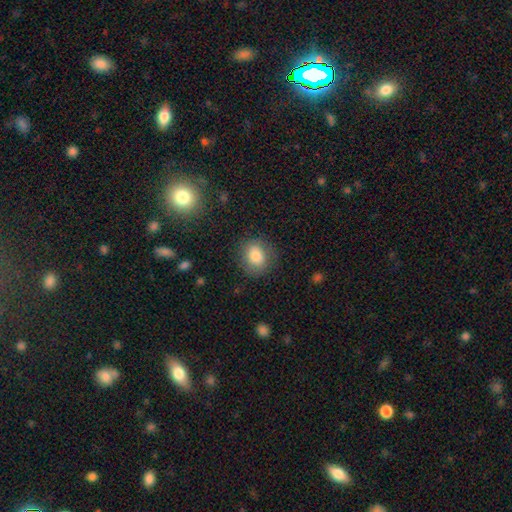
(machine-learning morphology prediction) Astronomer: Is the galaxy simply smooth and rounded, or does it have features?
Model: smooth — 81%.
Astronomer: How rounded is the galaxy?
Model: round — 68%.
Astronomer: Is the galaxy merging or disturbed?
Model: none — 81%.